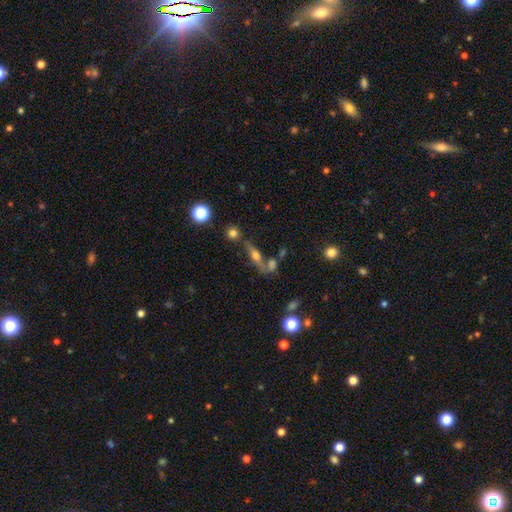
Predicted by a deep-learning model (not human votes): Smooth or featured: featured or disk — 48% (smooth — 38%)
Merging: none — 51% (merger — 26%)